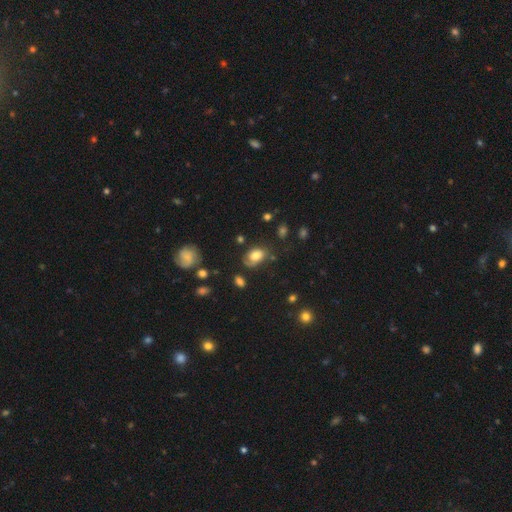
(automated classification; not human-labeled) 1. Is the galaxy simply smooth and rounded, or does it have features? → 67% smooth, 23% featured or disk, 10% star or artifact.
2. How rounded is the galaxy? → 81% in between, 18% round, 1% cigar-shaped.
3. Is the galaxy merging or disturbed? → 54% none, 28% minor disturbance, 14% major disturbance, 4% merger.